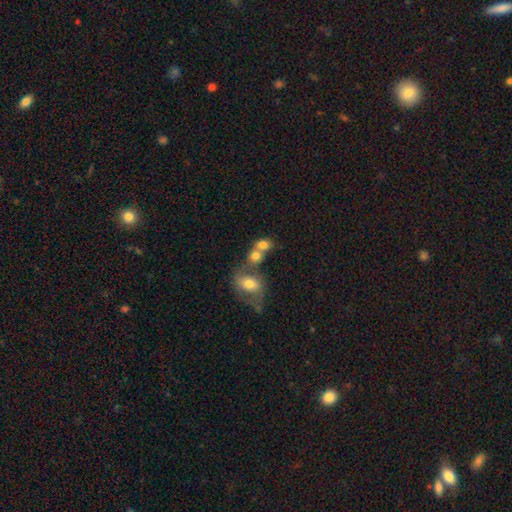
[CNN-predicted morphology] type=smooth (74%); roundness=in between (51%); merging=merger (57%).